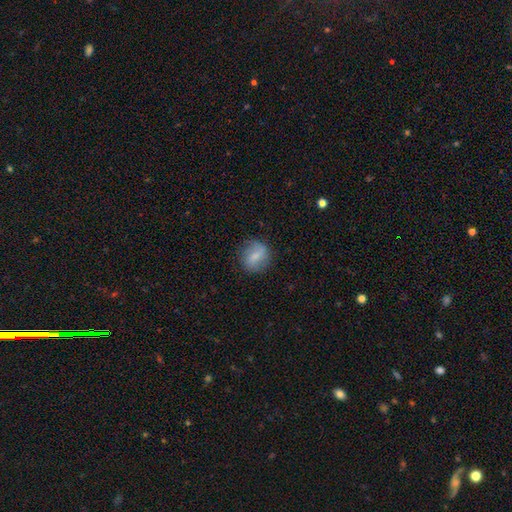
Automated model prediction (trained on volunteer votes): smooth-or-featured: smooth: 64% | featured or disk: 28% | star or artifact: 8%
  how-rounded: round: 74% | in between: 24% | cigar-shaped: 2%
  merging: none: 79% | minor disturbance: 15% | major disturbance: 5% | merger: 1%